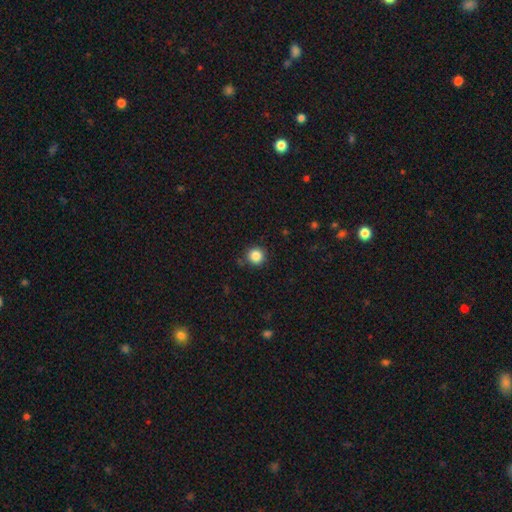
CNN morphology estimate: Overall: smooth (85%). How rounded: round (95%). Merging: none (86%).